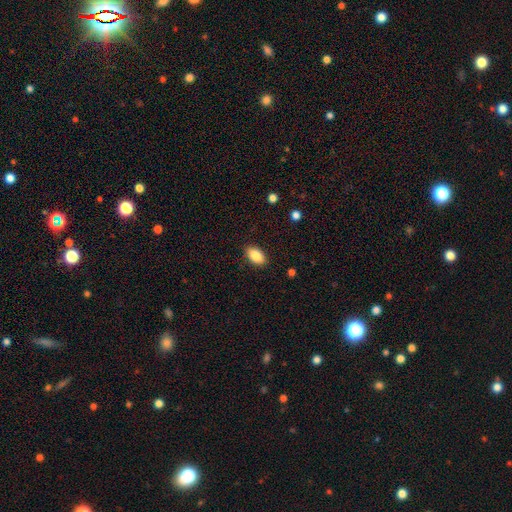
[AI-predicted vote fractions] Smooth or featured? Predicted: smooth (p=0.87). How rounded? Predicted: in between (p=0.93). Merging? Predicted: none (p=0.88).